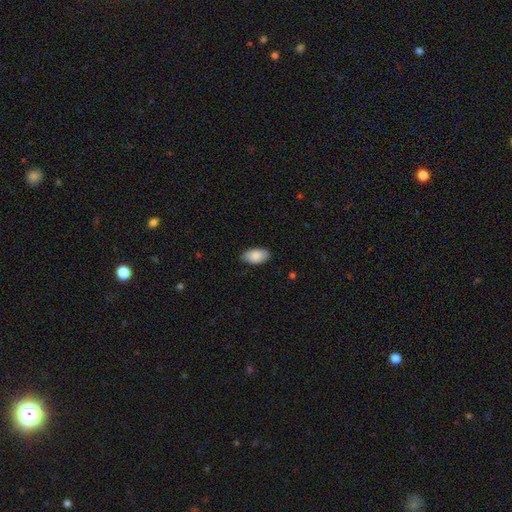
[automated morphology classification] smooth_or_featured: smooth (p=0.84) [alt: featured or disk p=0.10]
how_rounded: in between (p=0.95) [alt: round p=0.03]
merging: none (p=0.83) [alt: minor disturbance p=0.14]